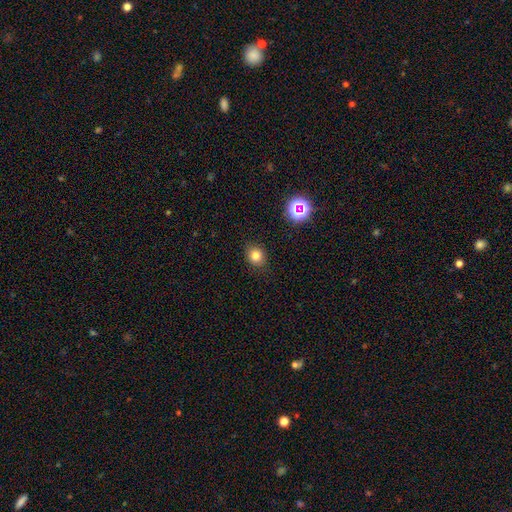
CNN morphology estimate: Overall: smooth (78%). How rounded: round (66%; in between 34%). Merging: none (87%).